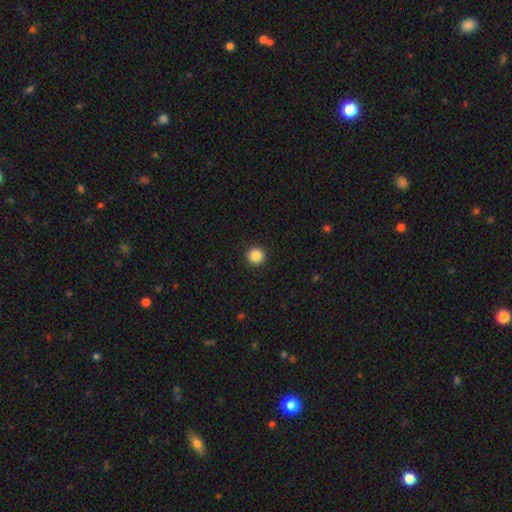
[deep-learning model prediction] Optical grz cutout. It shows a smooth galaxy with no disk features (86%) that is round (96%). Merging: none (93%).